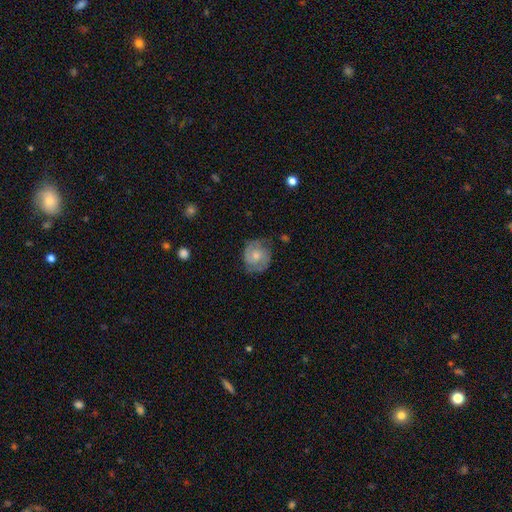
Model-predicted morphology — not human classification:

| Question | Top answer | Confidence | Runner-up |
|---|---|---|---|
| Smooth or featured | featured or disk | 53% | smooth (40%) |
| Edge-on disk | no | 97% | yes (3%) |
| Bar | no | 69% | weak (27%) |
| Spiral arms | yes | 83% | no (17%) |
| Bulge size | moderate | 51% | small (40%) |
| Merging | none | 67% | minor disturbance (24%) |